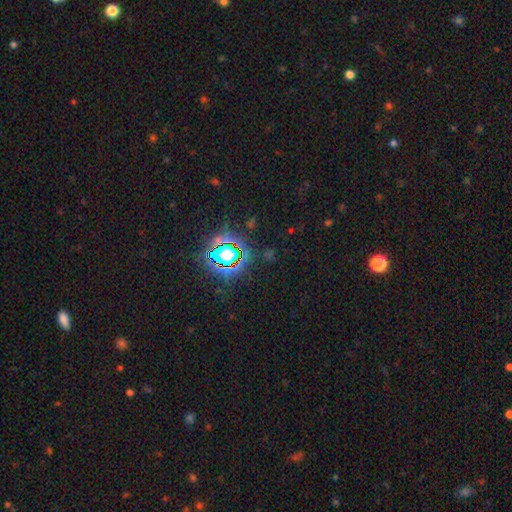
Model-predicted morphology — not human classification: Smooth or featured: star or artifact — 83% (smooth — 11%)